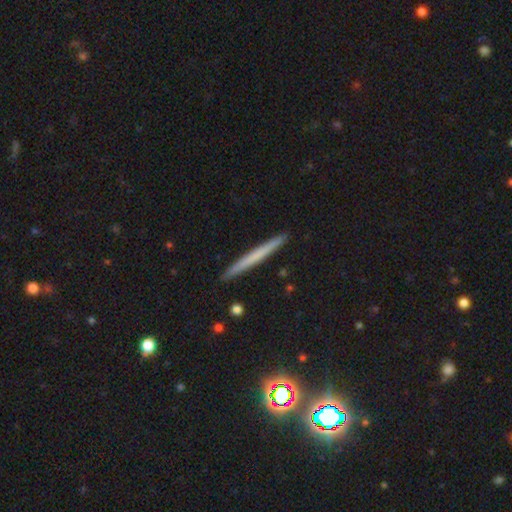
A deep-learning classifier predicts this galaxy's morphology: Smooth or featured?
  - smooth: 54% *
  - featured or disk: 39%
  - star or artifact: 7%
How rounded?
  - cigar-shaped: 97% *
  - in between: 2%
  - round: 1%
Merging?
  - none: 92% *
  - minor disturbance: 6%
  - major disturbance: 1%
  - merger: 1%